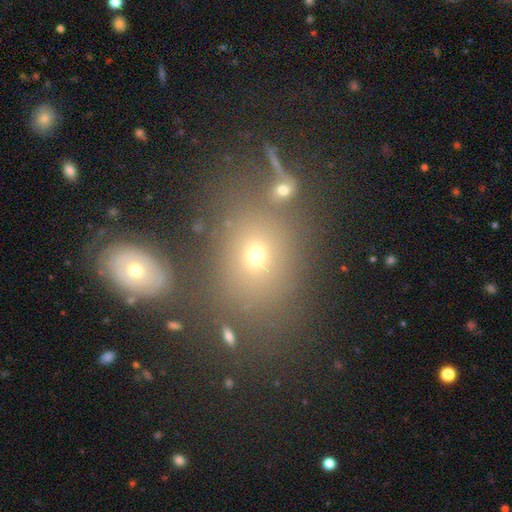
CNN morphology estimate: Smooth or featured: smooth — 60% (star or artifact — 25%)
How rounded: in between — 55% (round — 43%)
Merging: none — 70% (minor disturbance — 12%)